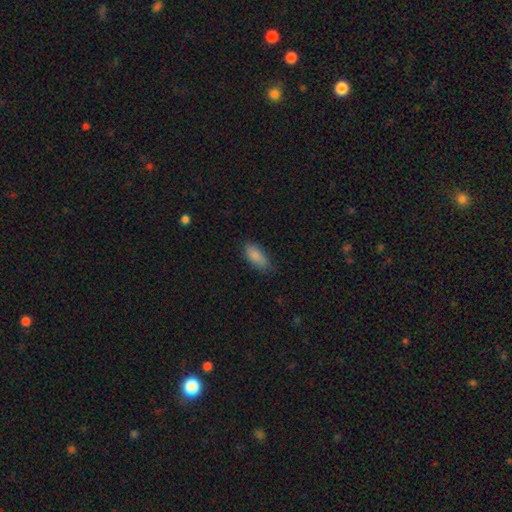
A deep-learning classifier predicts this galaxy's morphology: This is clearly a smooth galaxy (87%). How rounded: clearly in between (86%). Merging: likely none (70%).